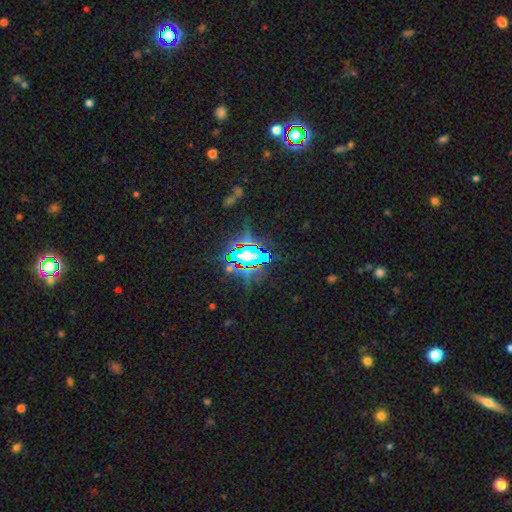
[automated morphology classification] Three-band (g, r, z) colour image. It shows a star or artifact, not a galaxy (73%).